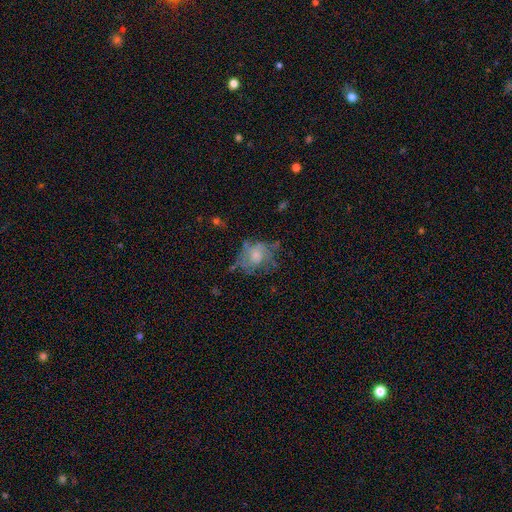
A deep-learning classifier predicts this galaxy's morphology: A featured or disk galaxy (46%).

Vote fractions:
- Smooth or featured? featured or disk: 46% / smooth: 43% / star or artifact: 11%
- Merging? none: 49% / minor disturbance: 26% / major disturbance: 22% / merger: 3%